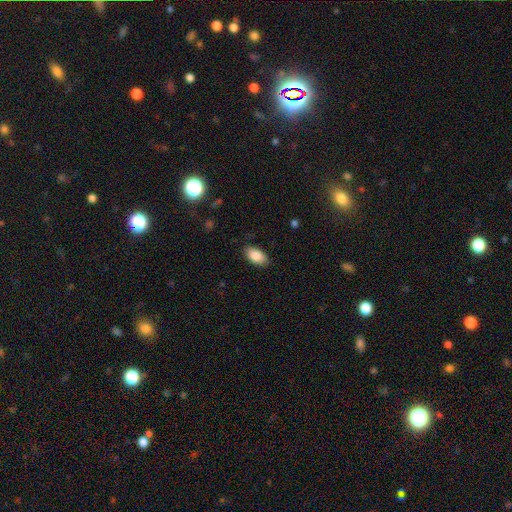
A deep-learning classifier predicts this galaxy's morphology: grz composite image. It shows a smooth galaxy with no disk features (87%) that is in between round and cigar-shaped (94%). Merging: none (86%).